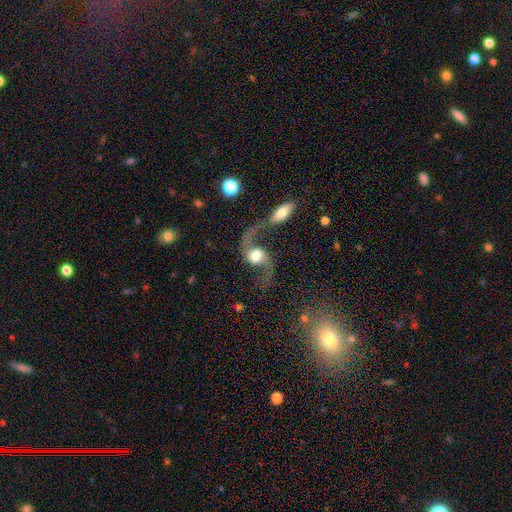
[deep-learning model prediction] smooth_or_featured: featured or disk (p=0.84) [alt: smooth p=0.09]
disk_edge_on: no (p=0.96) [alt: yes p=0.04]
bar: no (p=0.55) [alt: weak p=0.33]
has_spiral_arms: yes (p=0.95) [alt: no p=0.05]
spiral_winding: loose (p=0.87) [alt: medium p=0.11]
spiral_arm_count: 2 (p=0.94) [alt: 1 p=0.02]
bulge_size: large (p=0.45) [alt: moderate p=0.37]
merging: none (p=0.49) [alt: merger p=0.24]